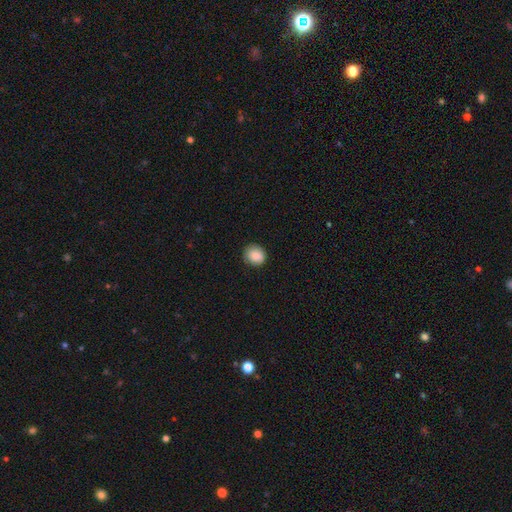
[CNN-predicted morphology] This appears to be a smooth galaxy with no disk features (87%) that is round (80%). Merging: none (81%).